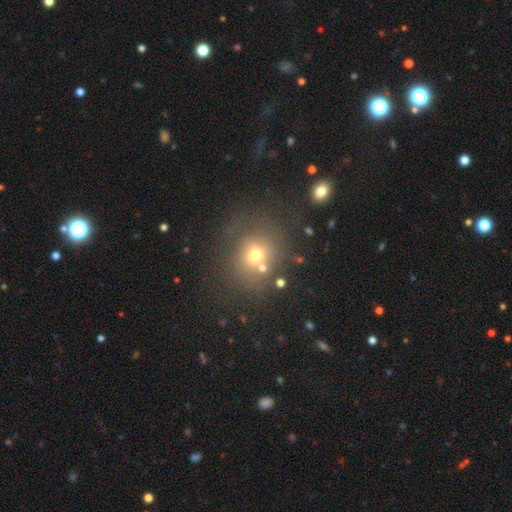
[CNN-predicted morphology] Smooth or featured?
  - smooth: 65% *
  - star or artifact: 20%
  - featured or disk: 15%
How rounded?
  - round: 78% *
  - in between: 21%
  - cigar-shaped: 1%
Merging?
  - none: 64% *
  - minor disturbance: 14%
  - merger: 14%
  - major disturbance: 8%